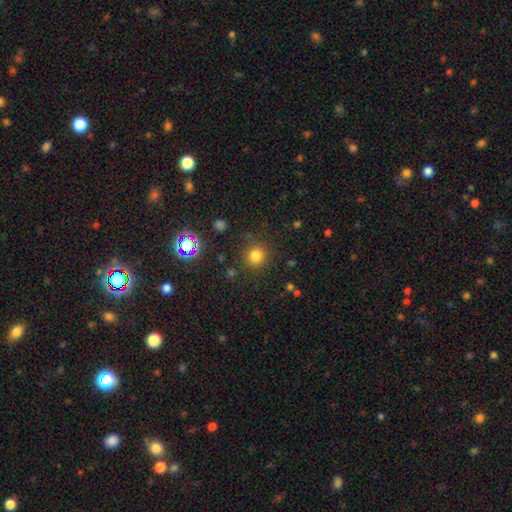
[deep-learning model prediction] smooth_or_featured: smooth (p=0.78) [alt: star or artifact p=0.17]
how_rounded: round (p=0.91) [alt: in between p=0.08]
merging: none (p=0.85) [alt: minor disturbance p=0.09]